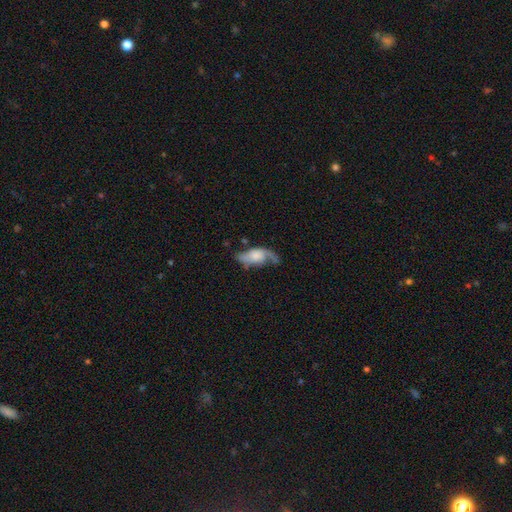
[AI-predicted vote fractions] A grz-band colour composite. It shows a featured or disk galaxy (66%) with no bar (69%), 2 (75%) loose (64%) spiral arms (88%) and a small central bulge (31%). Merging: none (46%).